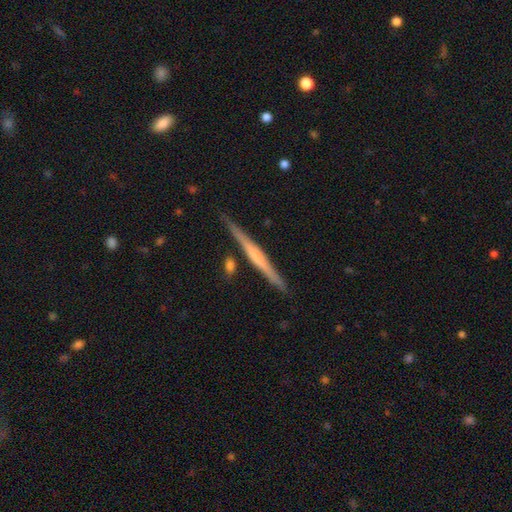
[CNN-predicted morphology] smooth-or-featured: featured or disk: 72% | smooth: 22% | star or artifact: 6%
  disk-edge-on: yes: 98% | no: 2%
    edge-on-bulge: rounded: 49% | none: 41% | boxy: 10%
  merging: none: 89% | minor disturbance: 7% | merger: 2% | major disturbance: 2%